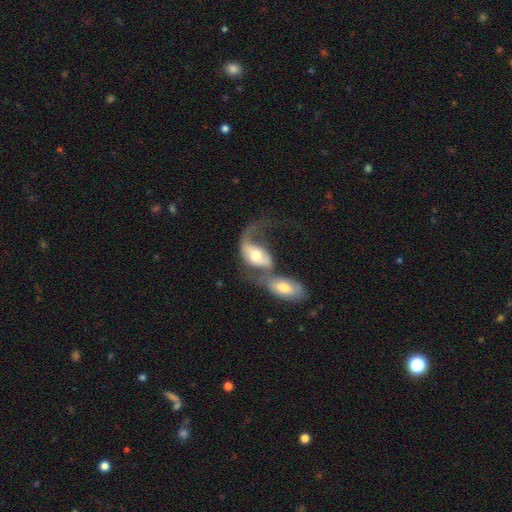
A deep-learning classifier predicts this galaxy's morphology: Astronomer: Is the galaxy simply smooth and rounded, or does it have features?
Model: featured or disk — 59% (runner-up: smooth, 34%).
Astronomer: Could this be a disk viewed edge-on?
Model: no — 93%.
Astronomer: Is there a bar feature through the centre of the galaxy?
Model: no — 59%.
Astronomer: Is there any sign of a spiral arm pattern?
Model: yes — 74%.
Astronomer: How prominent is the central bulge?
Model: moderate — 63%.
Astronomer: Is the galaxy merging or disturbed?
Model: merger — 68%.